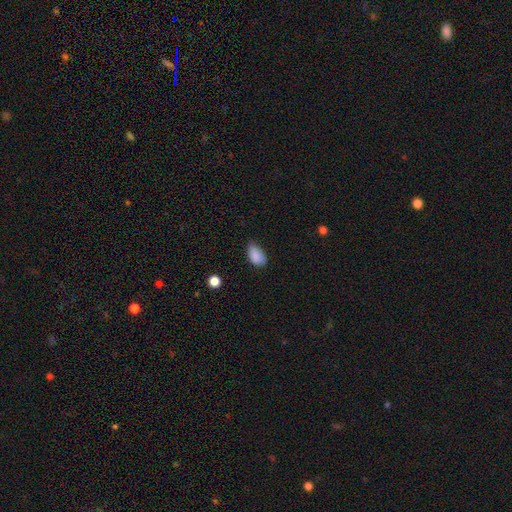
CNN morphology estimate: smooth 85%, star or artifact 8%, featured or disk 6%. Down the decision tree: how rounded — in between (90%); merging — none (51%).